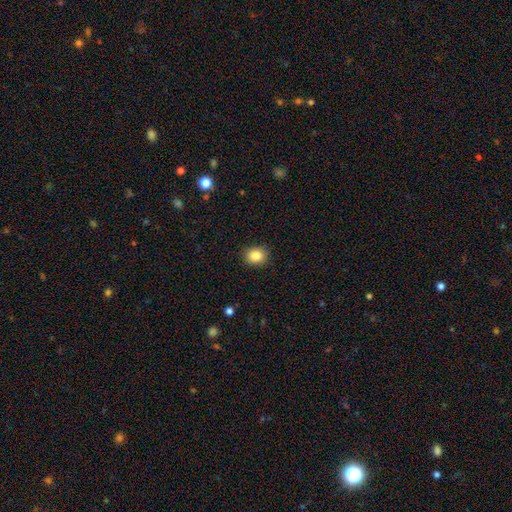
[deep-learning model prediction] smooth-or-featured: smooth: 86% | star or artifact: 10% | featured or disk: 5%
  how-rounded: round: 67% | in between: 32% | cigar-shaped: 1%
  merging: none: 88% | minor disturbance: 9% | major disturbance: 2% | merger: 1%